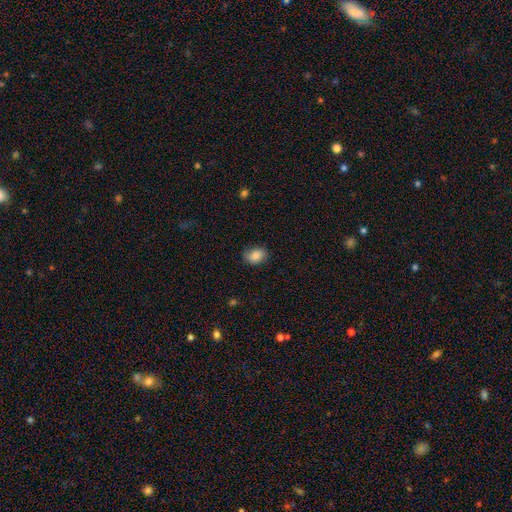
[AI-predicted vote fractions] Smooth or featured? Predicted: smooth (p=0.83). How rounded? Predicted: in between (p=0.67). Merging? Predicted: none (p=0.78).